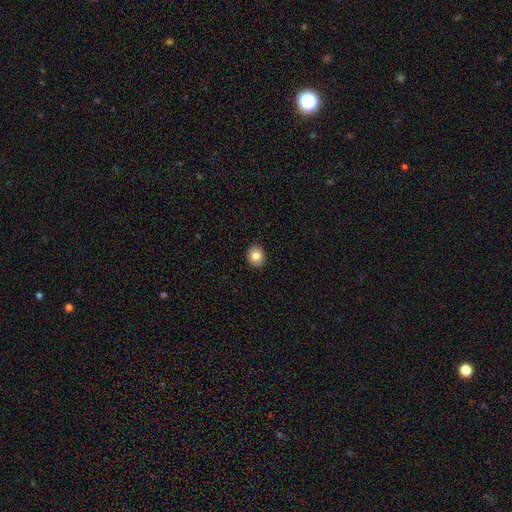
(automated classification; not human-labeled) Smooth or featured: smooth — 83% (star or artifact — 9%)
How rounded: round — 65% (in between — 34%)
Merging: none — 91% (minor disturbance — 6%)